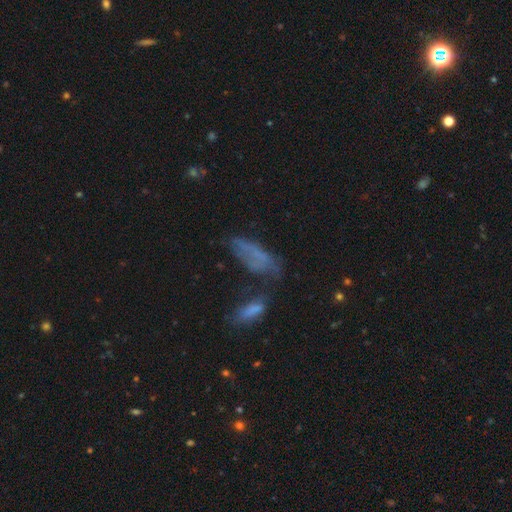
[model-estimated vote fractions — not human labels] Q: Smooth or featured?
A: smooth (54%); runner-up: featured or disk (29%)
Q: How rounded?
A: in between (63%); runner-up: cigar-shaped (33%)
Q: Merging?
A: none (37%); runner-up: minor disturbance (23%)